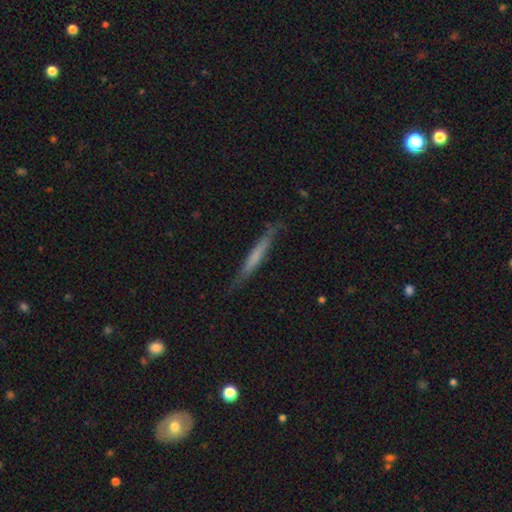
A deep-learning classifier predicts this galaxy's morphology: type=smooth (53%); roundness=cigar-shaped (95%); merging=none (81%).